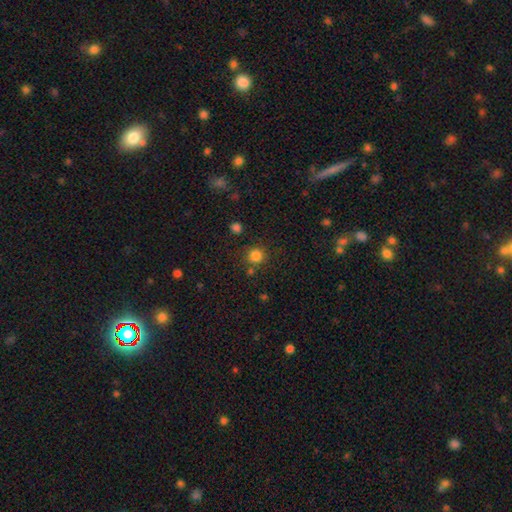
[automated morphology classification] type=smooth (83%); roundness=round (93%); merging=none (81%).